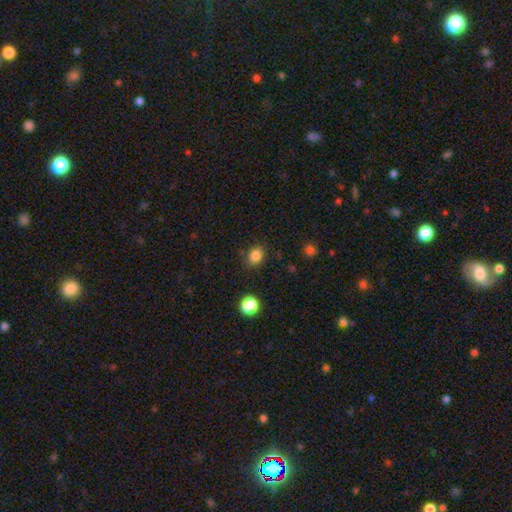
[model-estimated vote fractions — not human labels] A smooth galaxy with no disk features (84%) that is round (50%).

Vote fractions:
- Smooth or featured? smooth: 84% / star or artifact: 12% / featured or disk: 4%
- How rounded? round: 50% / in between: 49% / cigar-shaped: 1%
- Merging? none: 83% / minor disturbance: 11% / major disturbance: 3% / merger: 2%